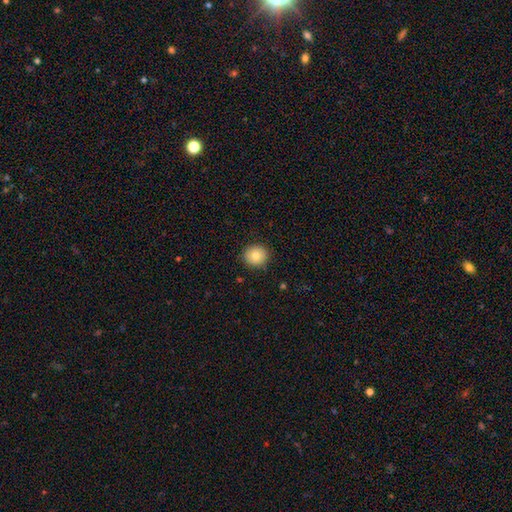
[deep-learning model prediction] Smooth or featured? Predicted: smooth (p=0.81). How rounded? Predicted: round (p=0.89). Merging? Predicted: none (p=0.90).